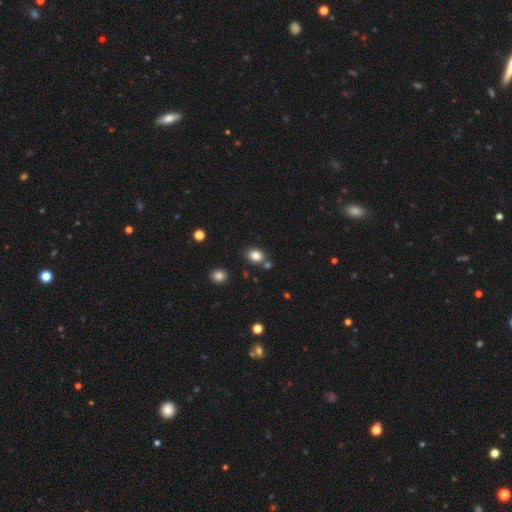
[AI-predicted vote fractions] Smooth or featured? Predicted: smooth (p=0.84). How rounded? Predicted: in between (p=0.59). Merging? Predicted: none (p=0.75).